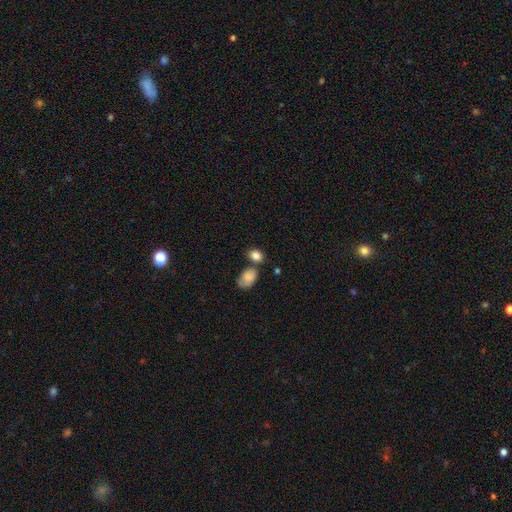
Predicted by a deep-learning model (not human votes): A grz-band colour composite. It shows a smooth galaxy with no disk features (85%) that is in between round and cigar-shaped (69%). Merging: none (53%).